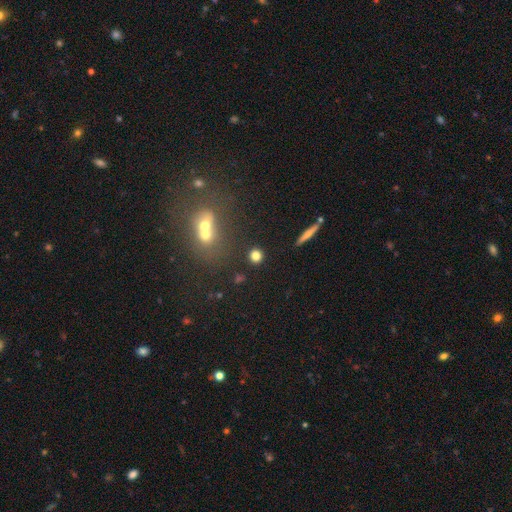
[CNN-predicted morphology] This is likely a smooth galaxy (78%). How rounded: clearly round (87%). Merging: clearly none (81%).